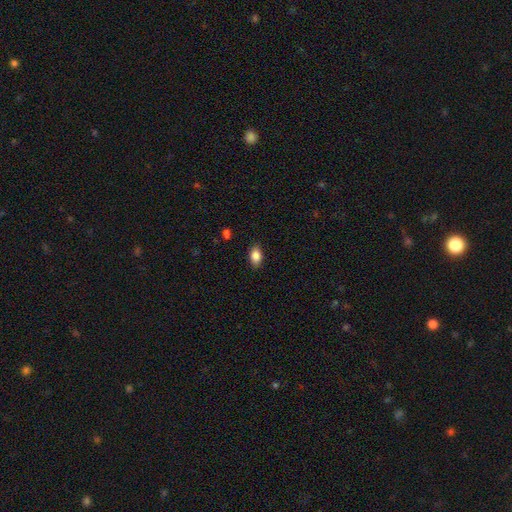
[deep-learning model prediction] A smooth galaxy with no disk features (84%) that is in between round and cigar-shaped (87%). Merging: none (87%).